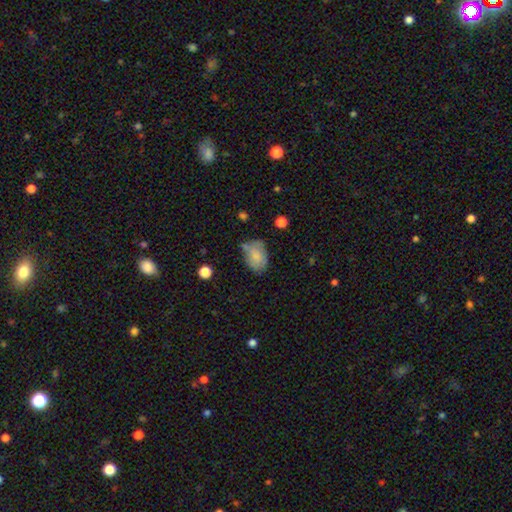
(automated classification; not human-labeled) smooth-or-featured: smooth: 75% | featured or disk: 17% | star or artifact: 8%
  how-rounded: in between: 82% | round: 17% | cigar-shaped: 1%
  merging: none: 52% | minor disturbance: 31% | major disturbance: 10% | merger: 7%